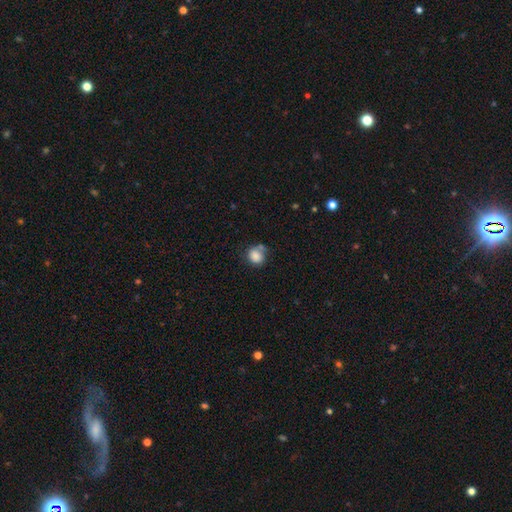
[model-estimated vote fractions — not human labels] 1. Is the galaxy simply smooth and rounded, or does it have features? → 82% smooth, 9% star or artifact, 8% featured or disk.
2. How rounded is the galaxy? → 69% round, 31% in between, 1% cigar-shaped.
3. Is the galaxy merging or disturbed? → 50% none, 22% minor disturbance, 20% merger, 9% major disturbance.